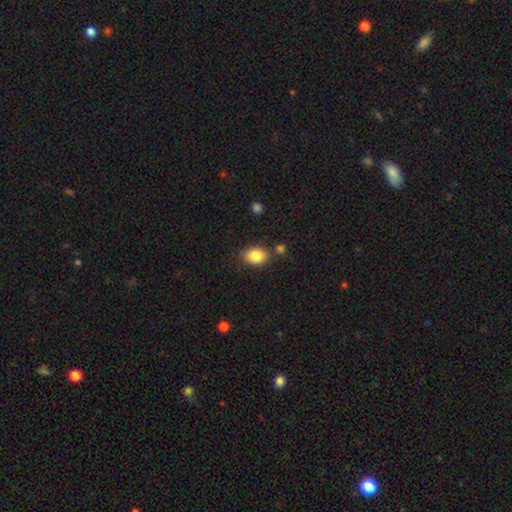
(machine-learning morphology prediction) type=smooth (85%); roundness=in between (74%); merging=none (76%).